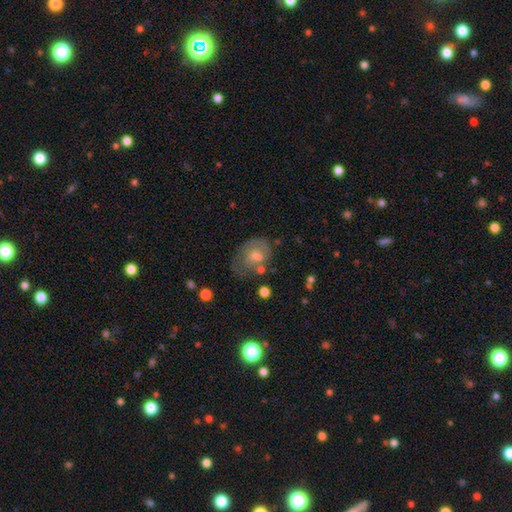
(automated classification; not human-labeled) Smooth or featured? smooth (53%)
How rounded? in between (64%)
Merging? none (38%)